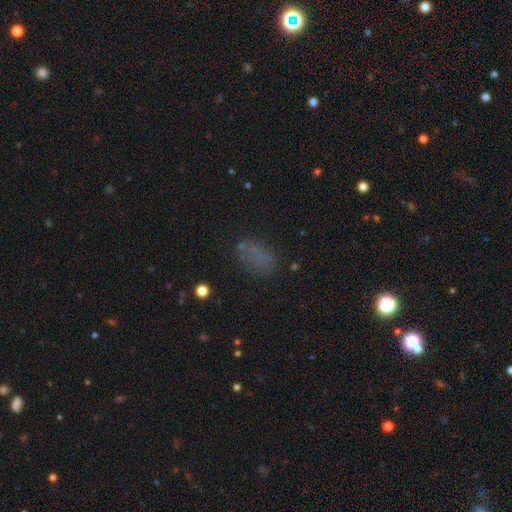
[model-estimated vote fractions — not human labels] This appears to be a smooth galaxy with no disk features (61%) that is in between round and cigar-shaped (85%). Merging: none (67%).